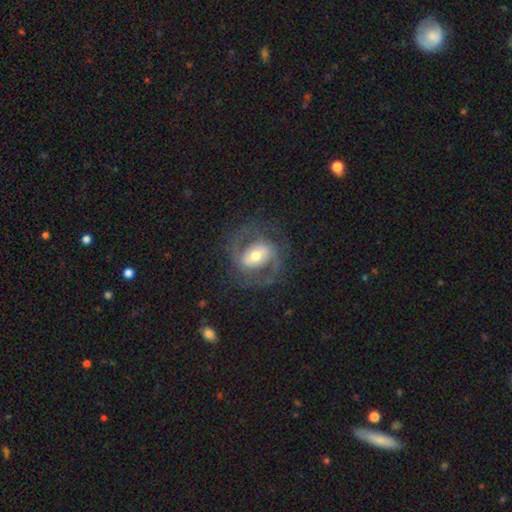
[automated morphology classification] type=featured or disk (78%); edge-on=no (97%); bar=weak (39%); spiral arms=yes (86%); winding=medium (52%); arm count=2 (83%); bulge=moderate (64%); merging=none (70%).